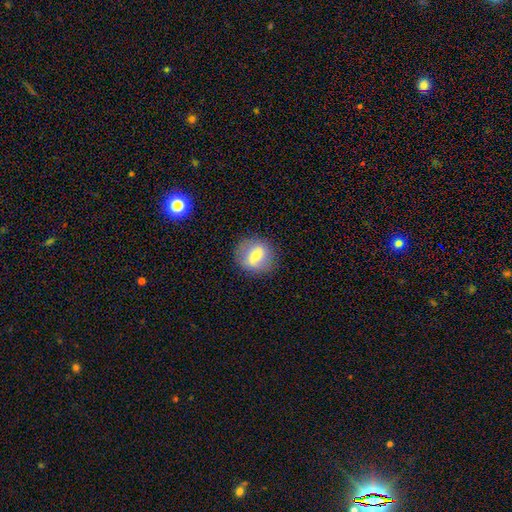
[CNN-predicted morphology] Q: Smooth or featured?
A: smooth (61%); runner-up: featured or disk (30%)
Q: How rounded?
A: round (78%); runner-up: in between (20%)
Q: Merging?
A: none (84%); runner-up: minor disturbance (11%)